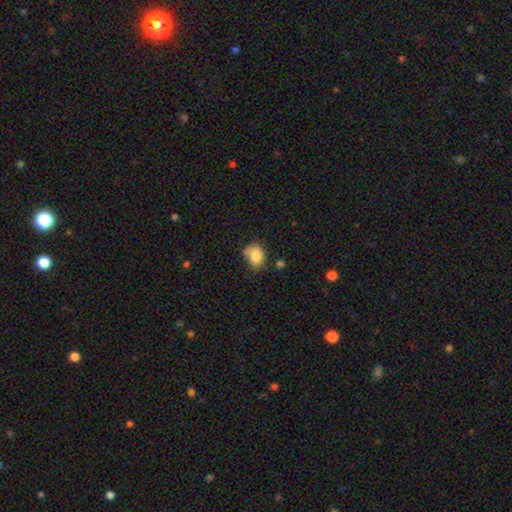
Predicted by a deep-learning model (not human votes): Smooth or featured? Predicted: smooth (p=0.81). How rounded? Predicted: in between (p=0.64). Merging? Predicted: none (p=0.51).